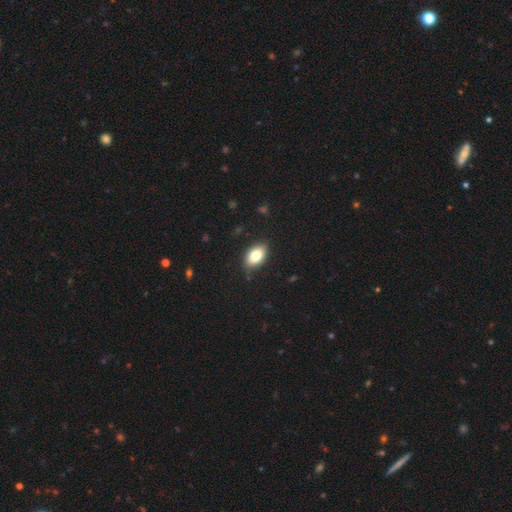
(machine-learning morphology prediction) Q: Smooth or featured?
A: smooth (82%); runner-up: featured or disk (10%)
Q: How rounded?
A: in between (90%); runner-up: round (8%)
Q: Merging?
A: none (85%); runner-up: minor disturbance (11%)